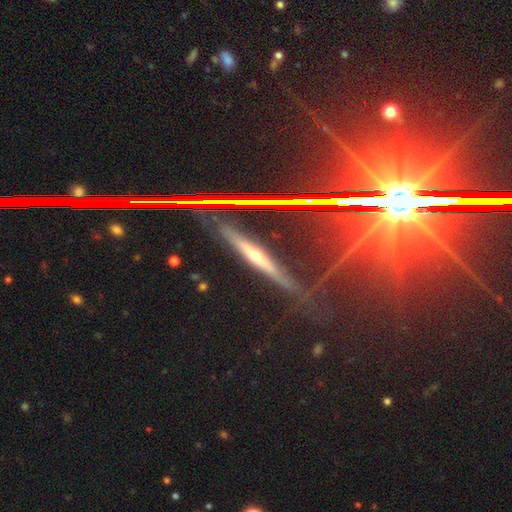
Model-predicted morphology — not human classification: Smooth or featured? featured or disk (66%)
Edge-on disk? yes (93%)
Edge-on bulge? rounded (81%)
Merging? none (83%)